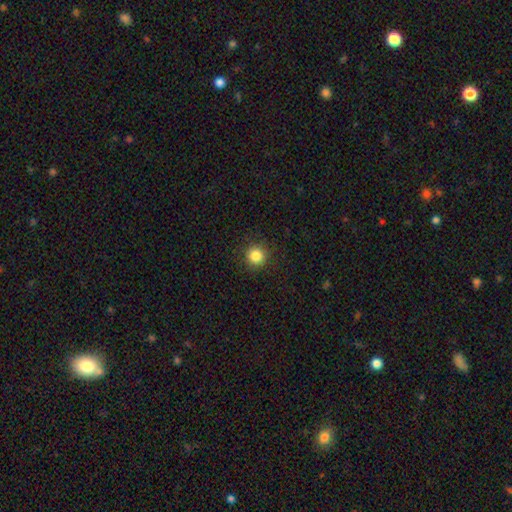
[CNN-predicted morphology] Smooth or featured: smooth — 85% (star or artifact — 11%)
How rounded: round — 94% (in between — 5%)
Merging: none — 91% (minor disturbance — 6%)